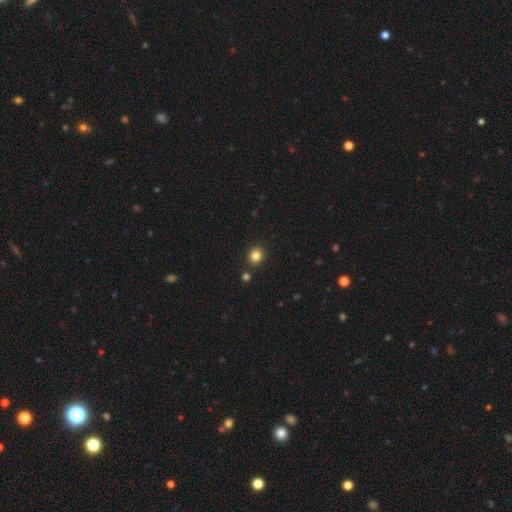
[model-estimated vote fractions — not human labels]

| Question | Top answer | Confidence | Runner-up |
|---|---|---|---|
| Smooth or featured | smooth | 83% | star or artifact (12%) |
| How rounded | round | 85% | in between (14%) |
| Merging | none | 87% | minor disturbance (6%) |